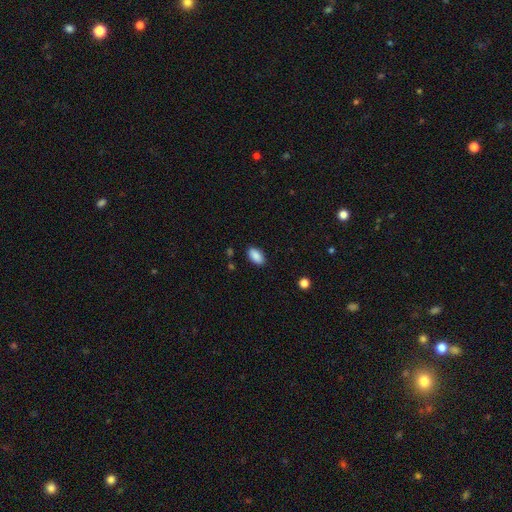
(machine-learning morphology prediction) smooth-or-featured: smooth: 90% | star or artifact: 7% | featured or disk: 3%
  how-rounded: in between: 94% | round: 3% | cigar-shaped: 3%
  merging: none: 88% | minor disturbance: 9% | major disturbance: 2% | merger: 1%